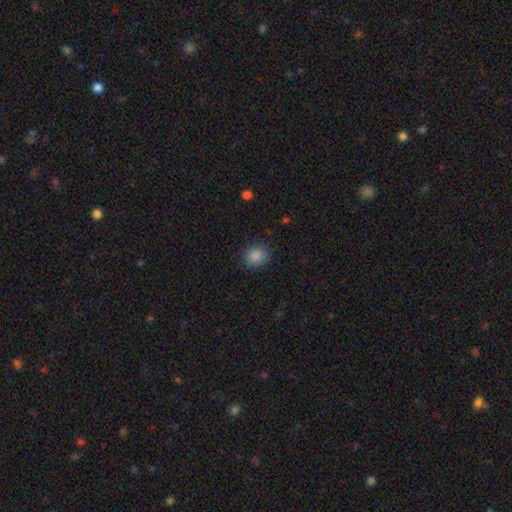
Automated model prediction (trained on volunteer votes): smooth 87%, star or artifact 9%, featured or disk 3%. Down the decision tree: how rounded — round (77%); merging — none (87%).